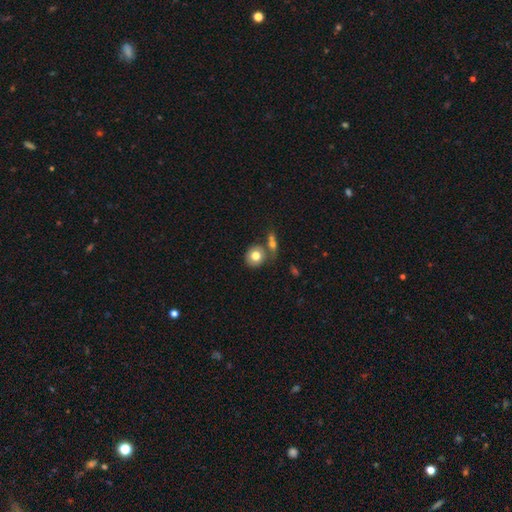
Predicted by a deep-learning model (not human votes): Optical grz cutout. It shows a smooth galaxy with no disk features (74%) that is round (81%). Merging: none (58%).